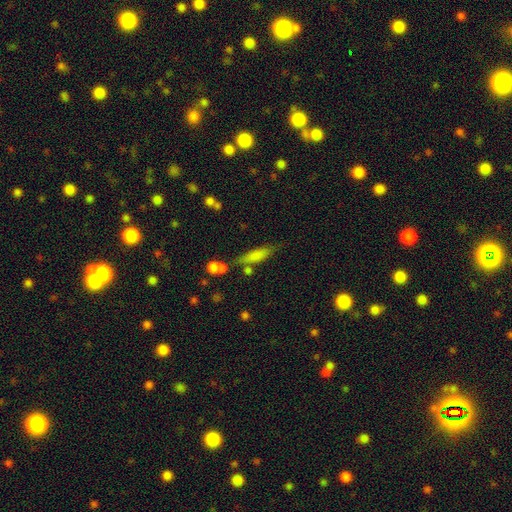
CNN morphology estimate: Smooth or featured? Predicted: smooth (p=0.72). How rounded? Predicted: cigar-shaped (p=0.64). Merging? Predicted: none (p=0.60).